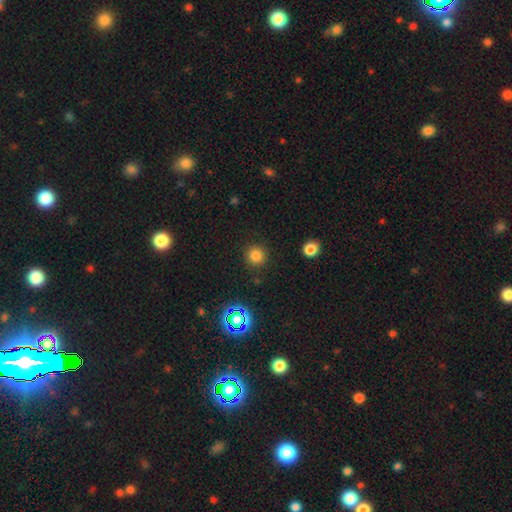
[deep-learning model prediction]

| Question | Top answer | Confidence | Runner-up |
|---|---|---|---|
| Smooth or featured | smooth | 79% | star or artifact (17%) |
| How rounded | round | 94% | in between (5%) |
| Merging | none | 91% | minor disturbance (5%) |